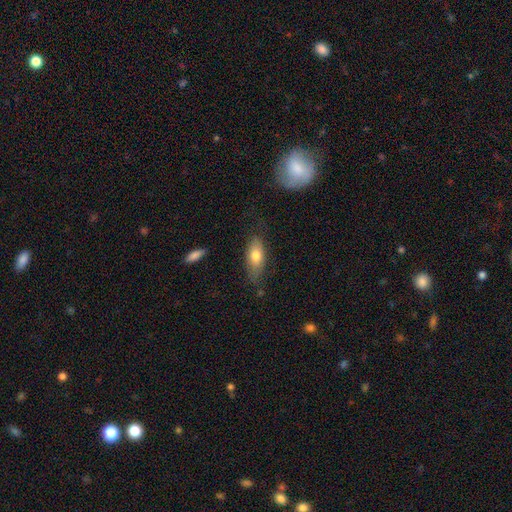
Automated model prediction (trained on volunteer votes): Smooth or featured: smooth — 74% (featured or disk — 19%)
How rounded: in between — 79% (cigar-shaped — 17%)
Merging: none — 68% (minor disturbance — 23%)